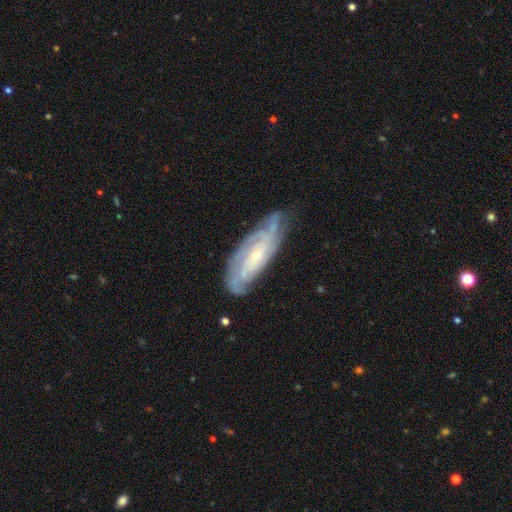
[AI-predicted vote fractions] Smooth or featured? featured or disk (84%)
Edge-on disk? no (89%)
Bar? no (63%)
Spiral arms? yes (96%)
Spiral winding? tight (66%)
Spiral arm count? can't tell (31%)
Bulge size? small (70%)
Merging? none (70%)